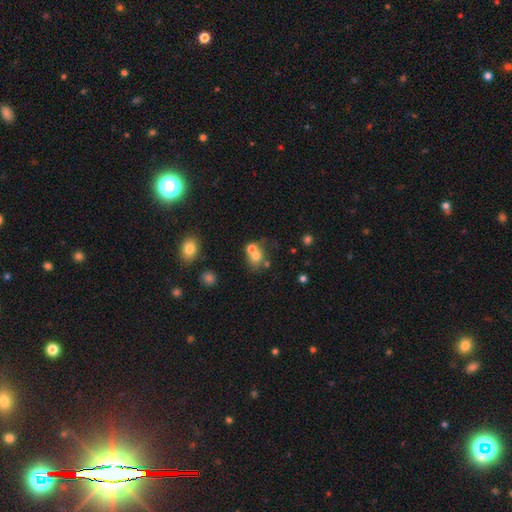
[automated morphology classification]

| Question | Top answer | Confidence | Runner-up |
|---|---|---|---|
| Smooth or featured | smooth | 66% | featured or disk (19%) |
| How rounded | round | 71% | in between (28%) |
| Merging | merger | 52% | none (35%) |